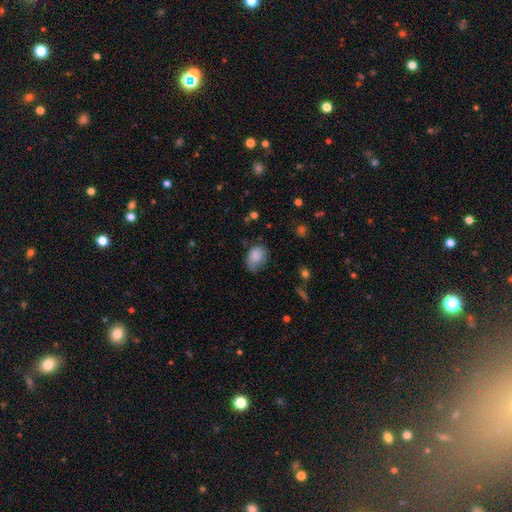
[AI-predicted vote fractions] smooth-or-featured: smooth: 84% | star or artifact: 8% | featured or disk: 7%
  how-rounded: in between: 74% | round: 25% | cigar-shaped: 1%
  merging: none: 54% | minor disturbance: 34% | major disturbance: 10% | merger: 2%